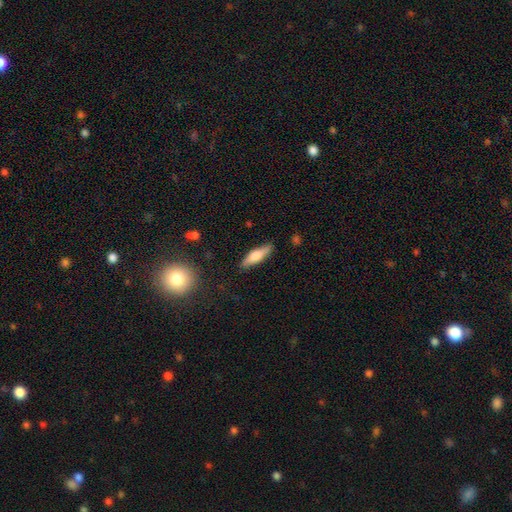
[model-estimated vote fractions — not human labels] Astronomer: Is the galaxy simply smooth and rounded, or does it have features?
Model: smooth — 64%.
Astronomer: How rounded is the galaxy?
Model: cigar-shaped — 65%.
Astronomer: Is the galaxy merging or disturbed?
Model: none — 85%.